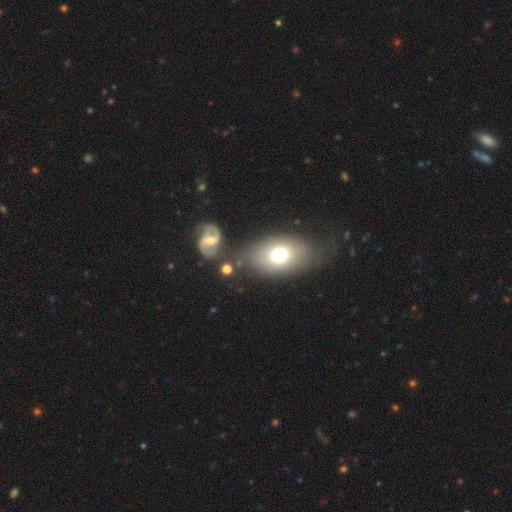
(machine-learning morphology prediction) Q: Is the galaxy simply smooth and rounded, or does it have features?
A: smooth — 56%.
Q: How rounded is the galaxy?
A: in between — 83%.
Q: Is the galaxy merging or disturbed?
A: none — 57%.